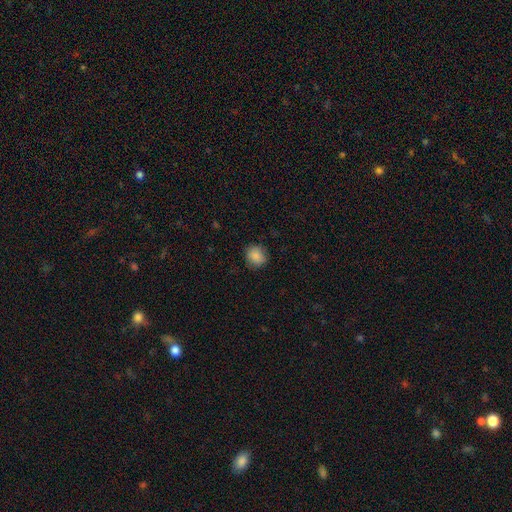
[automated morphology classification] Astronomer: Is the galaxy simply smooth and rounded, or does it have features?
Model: smooth — 87%.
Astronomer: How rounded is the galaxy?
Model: round — 82%.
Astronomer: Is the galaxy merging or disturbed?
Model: none — 86%.